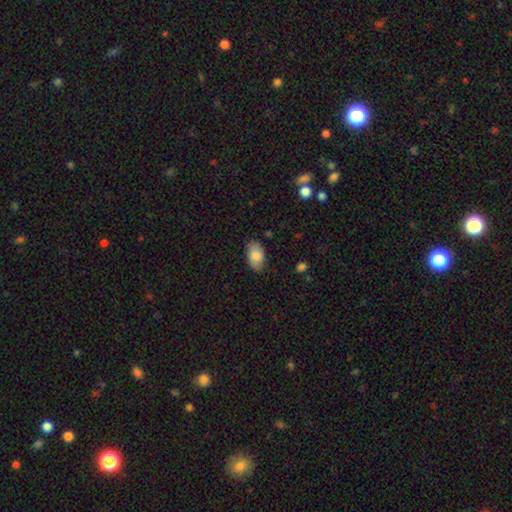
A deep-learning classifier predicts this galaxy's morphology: A smooth galaxy with no disk features (84%) that is in between round and cigar-shaped (93%).

Vote fractions:
- Smooth or featured? smooth: 84% / featured or disk: 9% / star or artifact: 7%
- How rounded? in between: 93% / round: 5% / cigar-shaped: 2%
- Merging? none: 78% / minor disturbance: 17% / major disturbance: 3% / merger: 1%